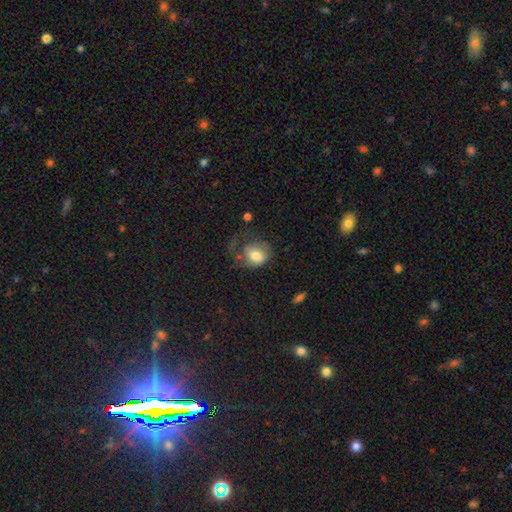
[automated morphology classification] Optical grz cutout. It shows a smooth galaxy with no disk features (67%) that is round (56%). Merging: major disturbance (40%).